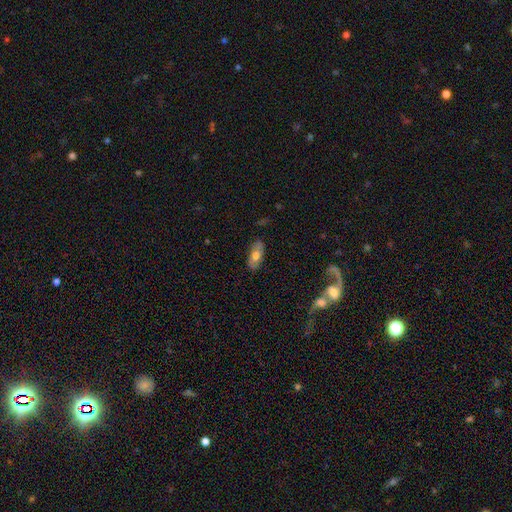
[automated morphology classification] Overall: smooth (59%; featured or disk 34%). How rounded: in between (86%). Merging: none (83%).